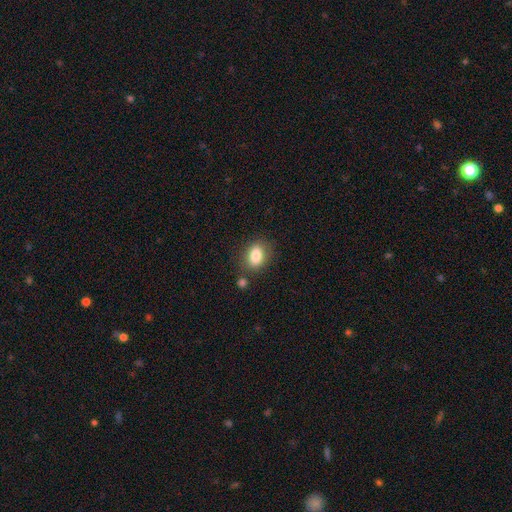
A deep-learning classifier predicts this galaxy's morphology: This appears to be a smooth galaxy with no disk features (83%) that is in between round and cigar-shaped (77%). Merging: none (74%).